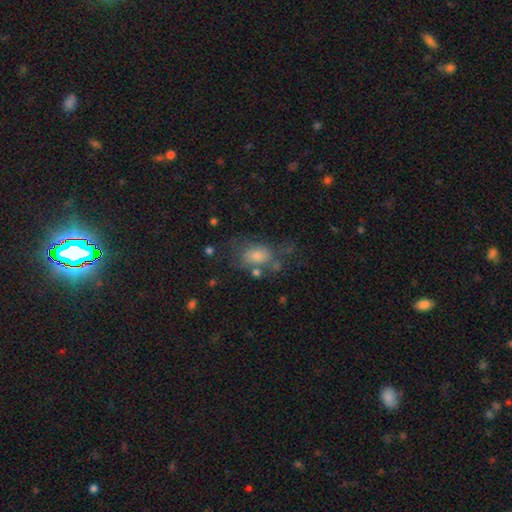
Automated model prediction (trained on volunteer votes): Smooth or featured: star or artifact — 46% (smooth — 30%)